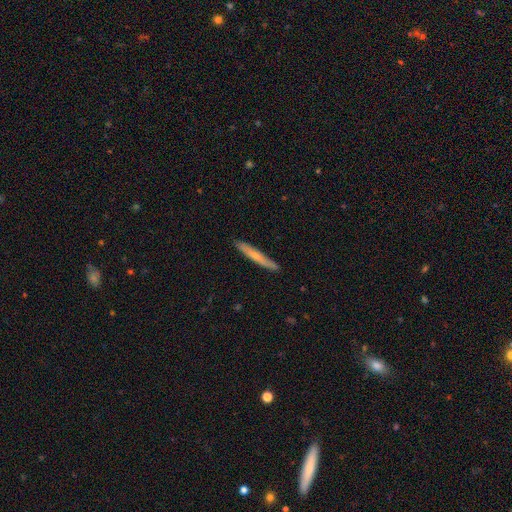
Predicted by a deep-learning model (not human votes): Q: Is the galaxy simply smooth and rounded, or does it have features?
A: smooth — 57%.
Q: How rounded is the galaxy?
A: cigar-shaped — 95%.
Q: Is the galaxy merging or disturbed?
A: none — 88%.